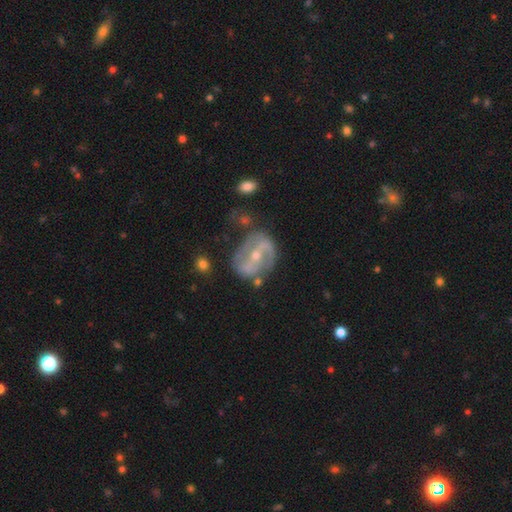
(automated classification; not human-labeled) featured or disk 83%, smooth 11%, star or artifact 6%. Down the decision tree: edge-on disk — no (96%); bar — strong (56%); spiral arms — yes (85%); spiral arm count — 2 (83%); spiral winding — medium (45%); bulge size — small (58%); merging — none (63%).